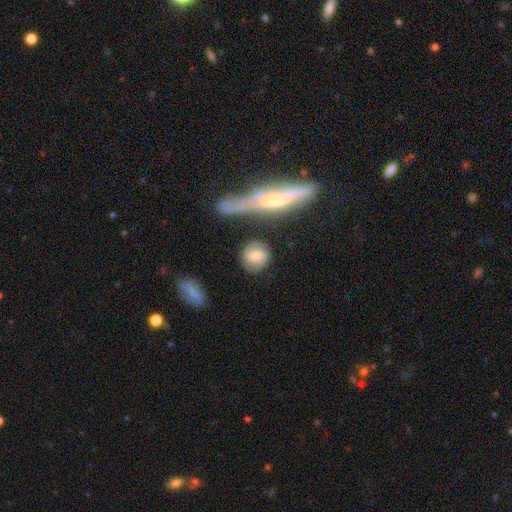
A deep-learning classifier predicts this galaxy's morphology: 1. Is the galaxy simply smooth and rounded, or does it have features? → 68% smooth, 24% featured or disk, 7% star or artifact.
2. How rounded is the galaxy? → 81% round, 16% in between, 3% cigar-shaped.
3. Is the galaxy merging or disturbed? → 79% none, 12% minor disturbance, 5% merger, 4% major disturbance.